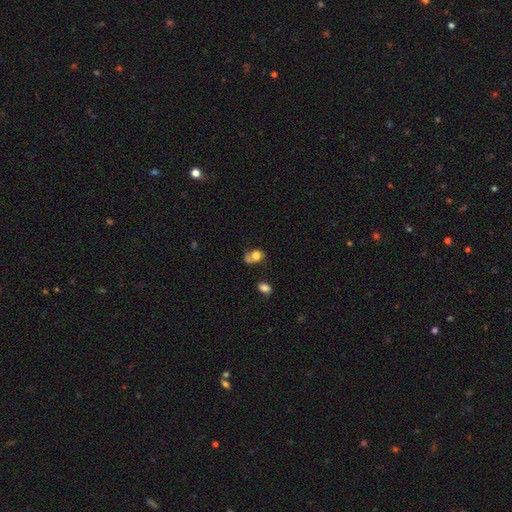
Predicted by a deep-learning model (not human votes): Smooth or featured: smooth — 71% (featured or disk — 18%)
How rounded: in between — 57% (round — 42%)
Merging: none — 31% (merger — 29%)